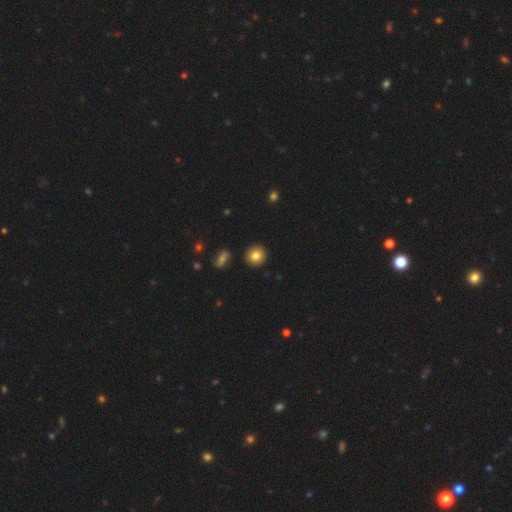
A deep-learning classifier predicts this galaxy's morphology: type=smooth (82%); roundness=round (91%); merging=none (91%).